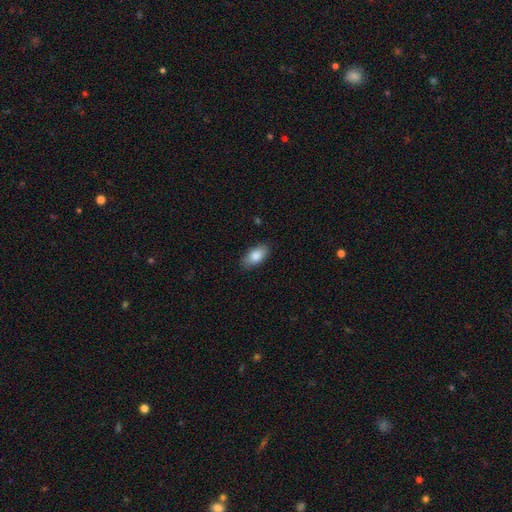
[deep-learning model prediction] Smooth or featured?
  - smooth: 84% *
  - featured or disk: 9%
  - star or artifact: 7%
How rounded?
  - in between: 91% *
  - cigar-shaped: 6%
  - round: 3%
Merging?
  - none: 86% *
  - minor disturbance: 11%
  - major disturbance: 2%
  - merger: 1%